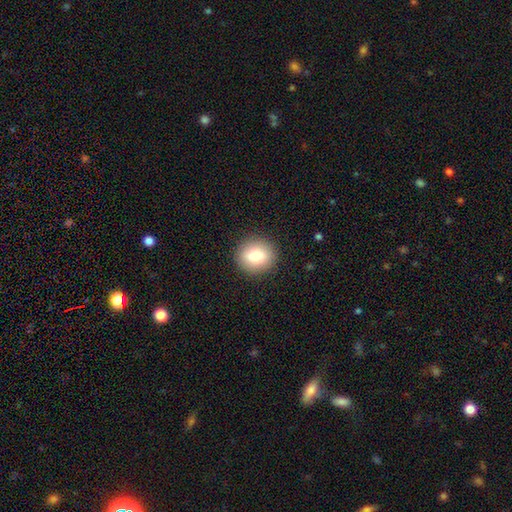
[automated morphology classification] This appears to be a smooth galaxy with no disk features (79%) that is round (83%). Merging: none (91%).